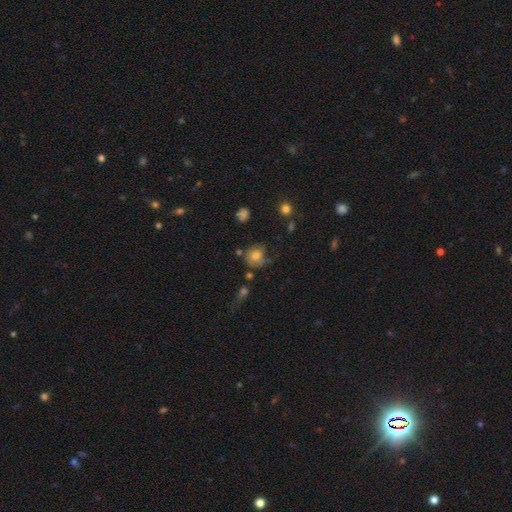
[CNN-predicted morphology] smooth 69%, featured or disk 20%, star or artifact 11%. Down the decision tree: how rounded — round (73%); merging — none (44%).